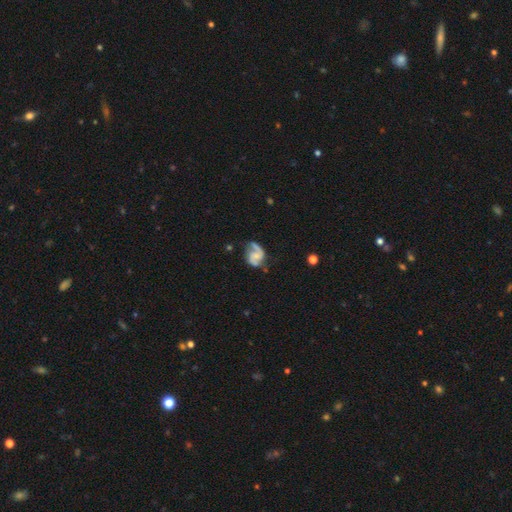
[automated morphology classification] smooth_or_featured: featured or disk (p=0.82) [alt: smooth p=0.12]
disk_edge_on: no (p=0.98) [alt: yes p=0.02]
bar: no (p=0.50) [alt: weak p=0.39]
has_spiral_arms: yes (p=0.95) [alt: no p=0.05]
spiral_winding: medium (p=0.50) [alt: loose p=0.31]
spiral_arm_count: 2 (p=0.84) [alt: 1 p=0.09]
bulge_size: small (p=0.47) [alt: none p=0.25]
merging: none (p=0.59) [alt: minor disturbance p=0.23]